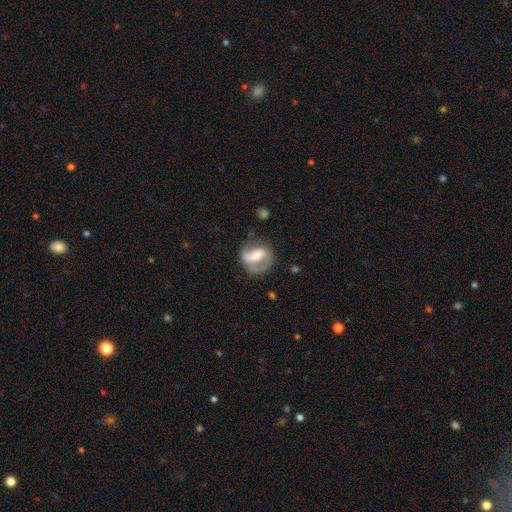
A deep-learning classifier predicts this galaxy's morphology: type=featured or disk (67%); edge-on=no (96%); bar=strong (41%); spiral arms=yes (79%); winding=medium (43%); arm count=2 (73%); bulge=moderate (52%); merging=none (58%).